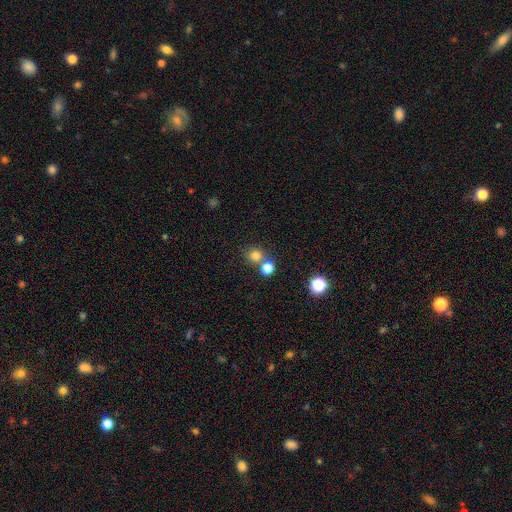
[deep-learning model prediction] Overall: smooth (79%). How rounded: round (87%). Merging: none (63%; merger 27%).